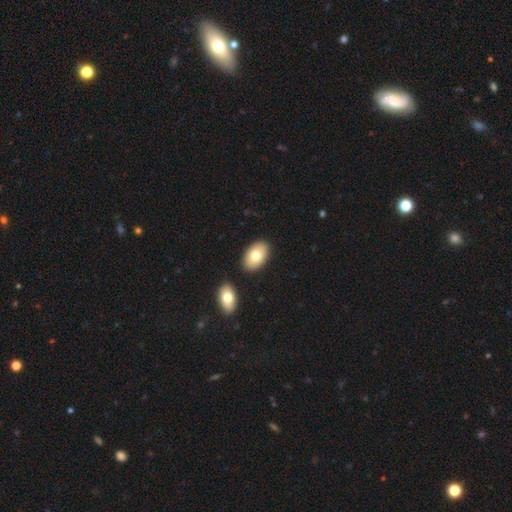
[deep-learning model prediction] Smooth or featured?
  - smooth: 77% *
  - featured or disk: 17%
  - star or artifact: 7%
How rounded?
  - in between: 93% *
  - round: 6%
  - cigar-shaped: 1%
Merging?
  - none: 84% *
  - minor disturbance: 8%
  - merger: 5%
  - major disturbance: 2%